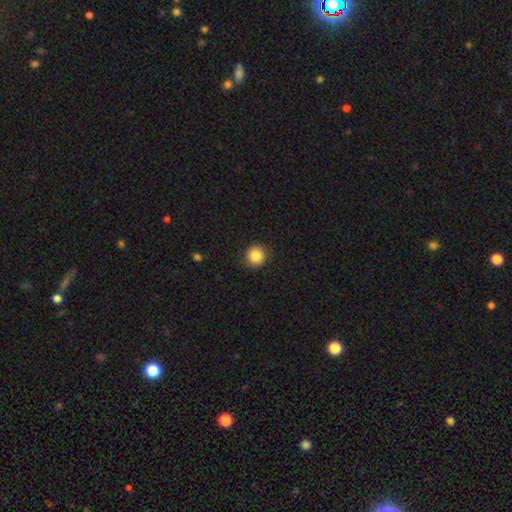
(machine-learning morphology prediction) Smooth or featured? Predicted: smooth (p=0.86). How rounded? Predicted: round (p=0.92). Merging? Predicted: none (p=0.90).